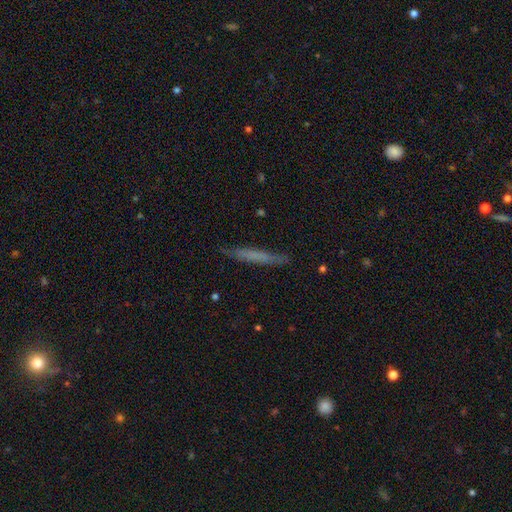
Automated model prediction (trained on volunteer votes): A smooth galaxy with no disk features (56%) that is cigar-shaped (96%). Merging: none (86%).